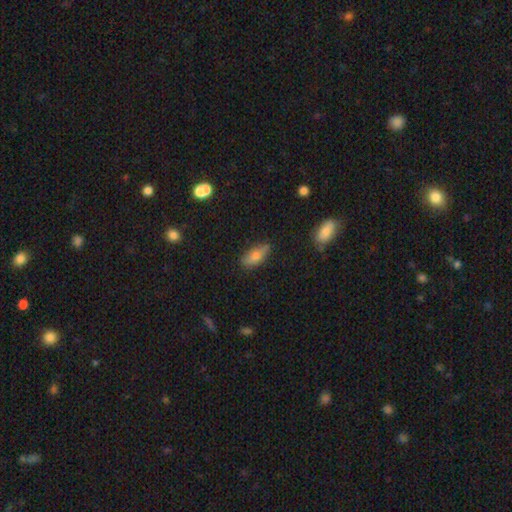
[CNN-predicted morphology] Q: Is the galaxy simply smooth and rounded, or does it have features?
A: smooth — 72%.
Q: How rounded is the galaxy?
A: in between — 75%.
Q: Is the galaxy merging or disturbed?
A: none — 76%.